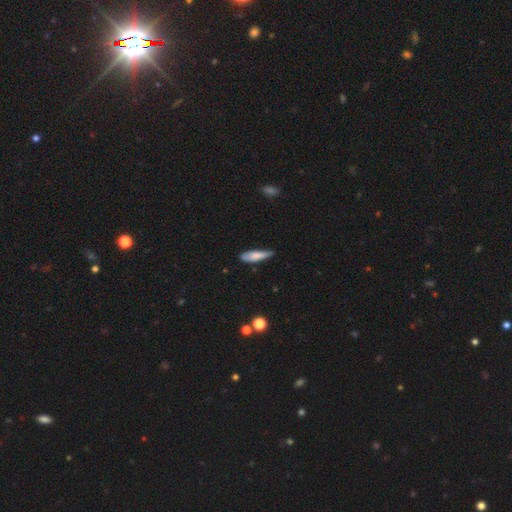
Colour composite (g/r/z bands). It shows a smooth galaxy with no disk features (88%) that is cigar-shaped (63%). Merging: minor disturbance (49%).